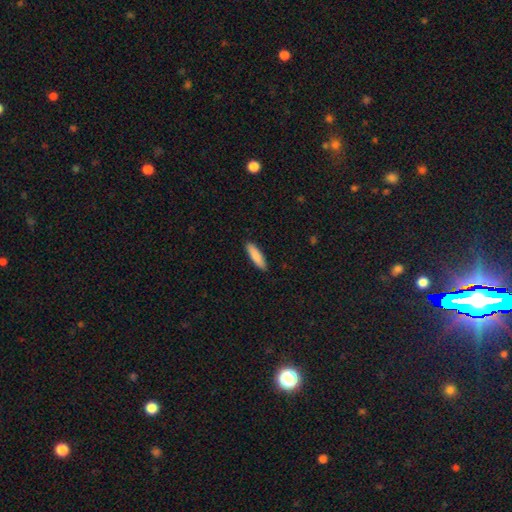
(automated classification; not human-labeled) Morphology: type=smooth (88%); roundness=cigar-shaped (68%); merging=none (91%).